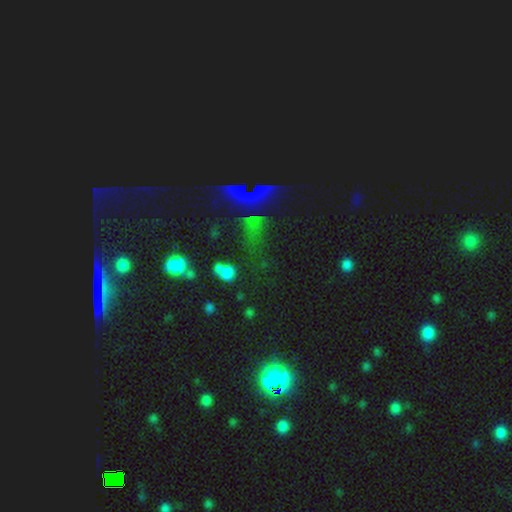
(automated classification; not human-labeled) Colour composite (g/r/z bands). It shows a star or artifact, not a galaxy (68%).